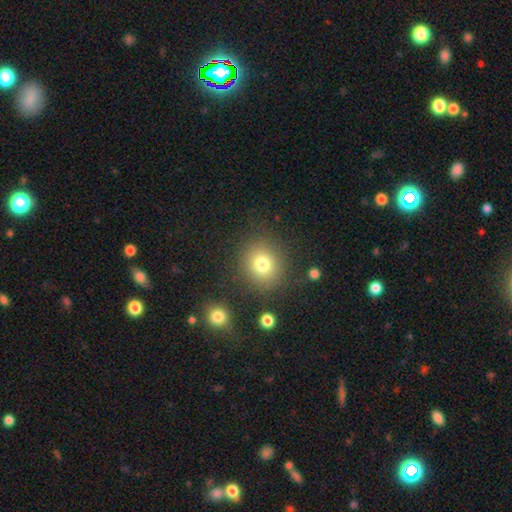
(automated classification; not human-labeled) Smooth or featured?
  - smooth: 65% *
  - star or artifact: 27%
  - featured or disk: 8%
How rounded?
  - round: 85% *
  - in between: 14%
  - cigar-shaped: 1%
Merging?
  - none: 89% *
  - minor disturbance: 6%
  - merger: 3%
  - major disturbance: 2%